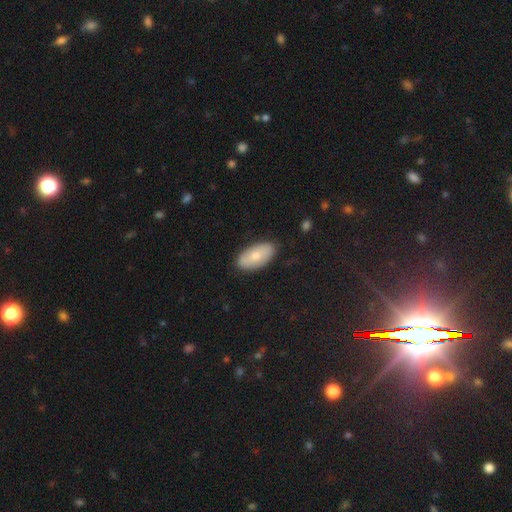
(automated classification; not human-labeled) Morphology: type=smooth (72%); roundness=in between (94%); merging=none (84%).